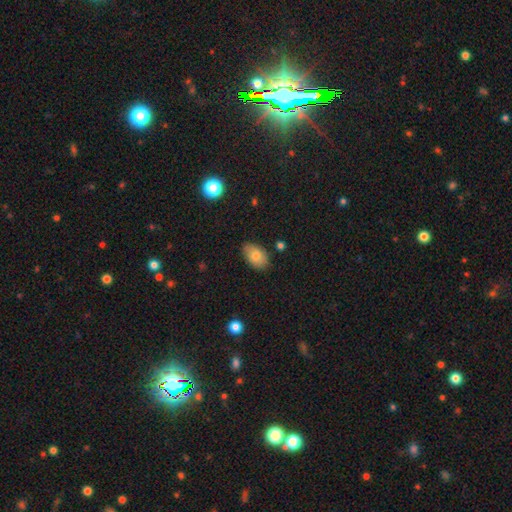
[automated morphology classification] The model was most divided on "merging": none: 78%, minor disturbance: 17%, major disturbance: 3%, merger: 2%. More confident: how rounded — in between (90%); smooth or featured — smooth (78%).